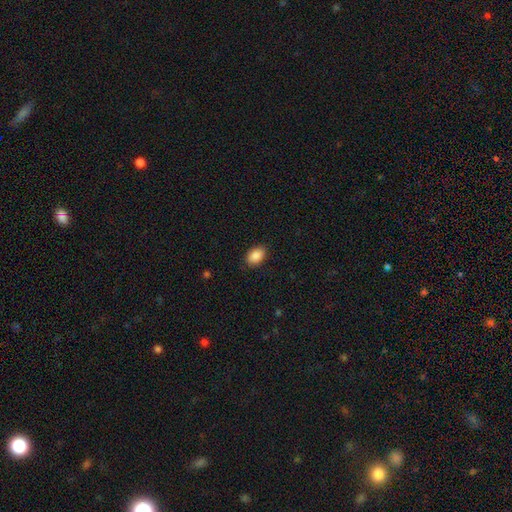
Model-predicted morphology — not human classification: smooth-or-featured: smooth: 88% | star or artifact: 7% | featured or disk: 5%
  how-rounded: in between: 86% | round: 13% | cigar-shaped: 1%
  merging: none: 88% | minor disturbance: 9% | major disturbance: 2% | merger: 1%